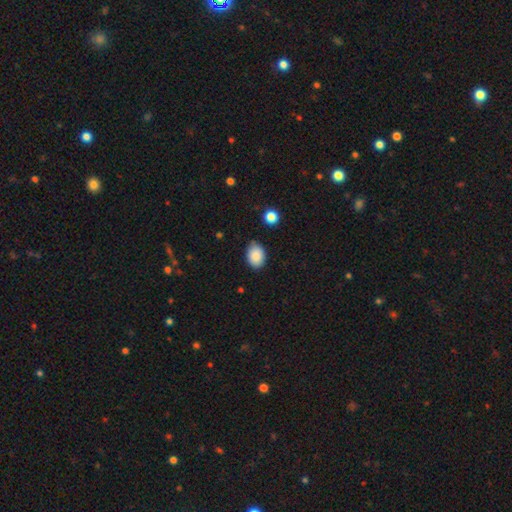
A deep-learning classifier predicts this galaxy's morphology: Smooth or featured? smooth (87%)
How rounded? in between (79%)
Merging? none (81%)